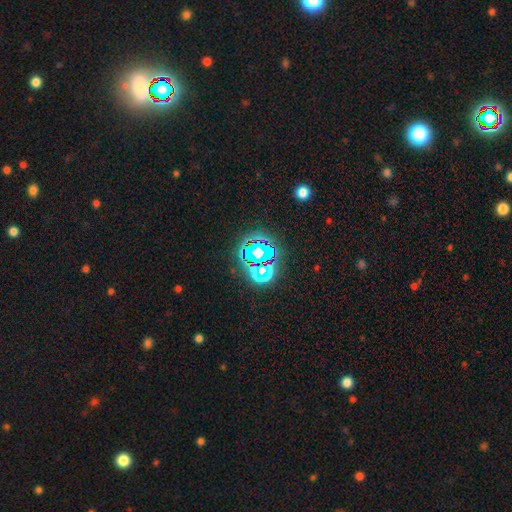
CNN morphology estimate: smooth-or-featured: star or artifact: 79% | smooth: 13% | featured or disk: 8%